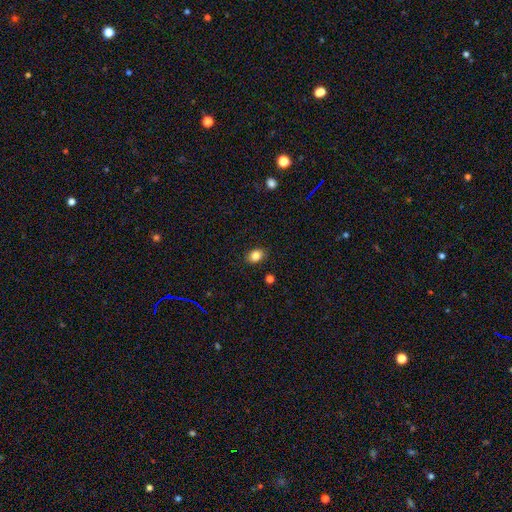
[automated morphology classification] Q: Smooth or featured?
A: smooth (85%); runner-up: star or artifact (10%)
Q: How rounded?
A: in between (64%); runner-up: round (35%)
Q: Merging?
A: none (87%); runner-up: minor disturbance (10%)